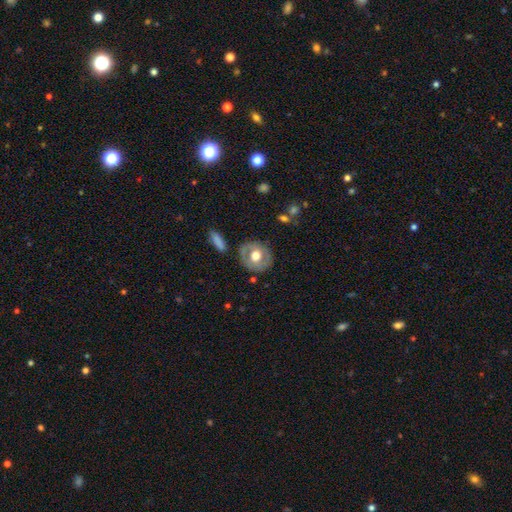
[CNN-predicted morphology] Smooth or featured? Predicted: featured or disk (p=0.47). Merging? Predicted: none (p=0.80).